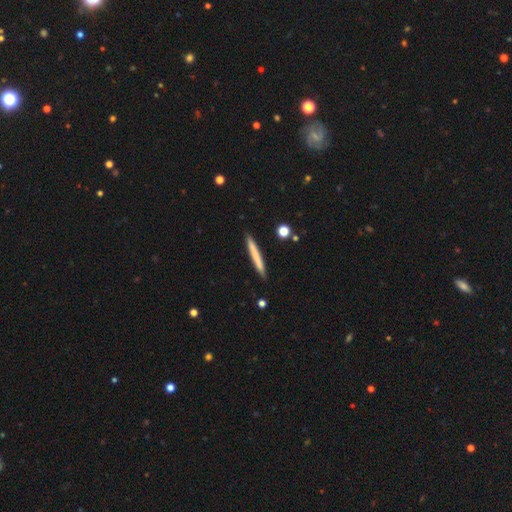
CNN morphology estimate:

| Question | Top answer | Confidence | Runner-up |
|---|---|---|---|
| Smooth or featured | smooth | 70% | featured or disk (25%) |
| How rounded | cigar-shaped | 97% | in between (2%) |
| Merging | none | 91% | minor disturbance (6%) |